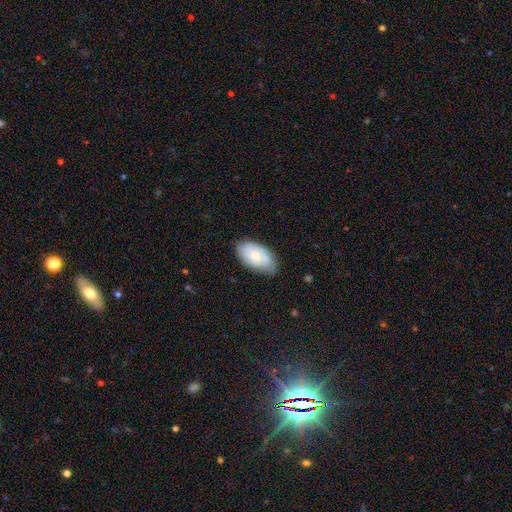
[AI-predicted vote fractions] Q: Smooth or featured?
A: smooth (66%); runner-up: featured or disk (27%)
Q: How rounded?
A: in between (94%); runner-up: round (4%)
Q: Merging?
A: none (66%); runner-up: minor disturbance (26%)